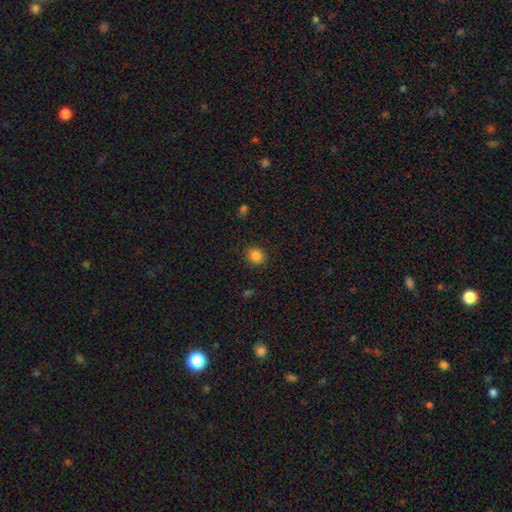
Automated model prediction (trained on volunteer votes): Q: Smooth or featured?
A: smooth (85%); runner-up: star or artifact (11%)
Q: How rounded?
A: round (76%); runner-up: in between (23%)
Q: Merging?
A: none (89%); runner-up: minor disturbance (8%)